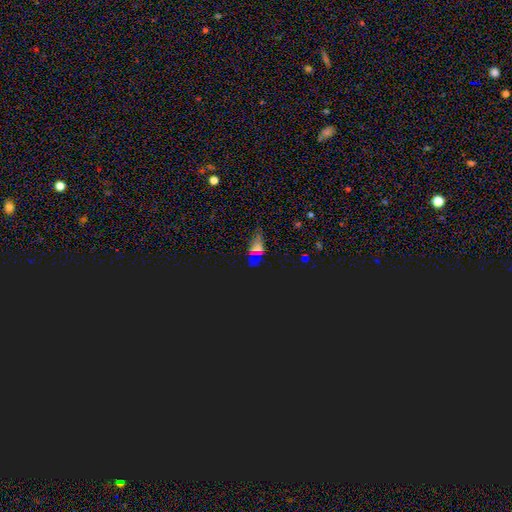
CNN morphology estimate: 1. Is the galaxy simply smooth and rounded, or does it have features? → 48% star or artifact, 42% smooth, 10% featured or disk.